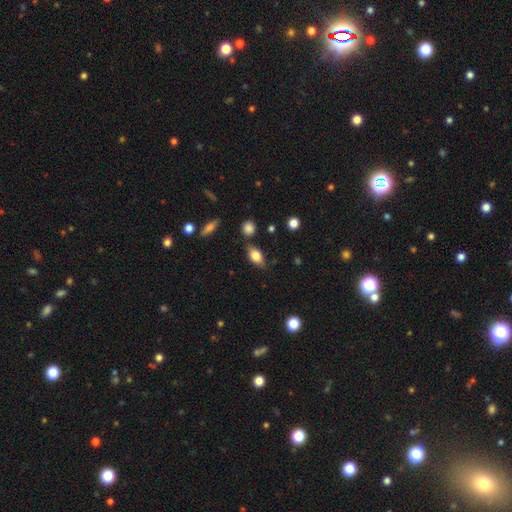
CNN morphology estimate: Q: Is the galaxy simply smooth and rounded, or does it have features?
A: smooth — 75%.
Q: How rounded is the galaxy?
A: in between — 84%.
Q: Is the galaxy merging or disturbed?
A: none — 75%.